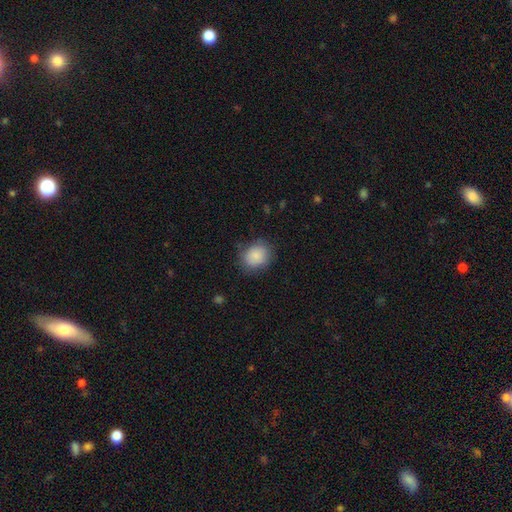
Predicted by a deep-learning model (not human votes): Morphology: type=smooth (86%); roundness=round (67%); merging=none (79%).